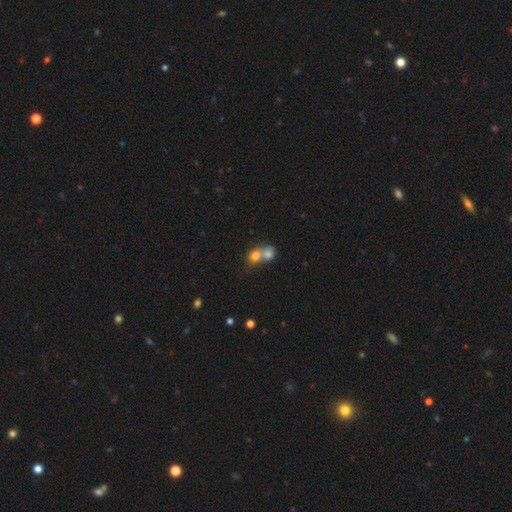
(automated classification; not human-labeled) Smooth or featured? smooth (76%)
How rounded? round (71%)
Merging? merger (70%)